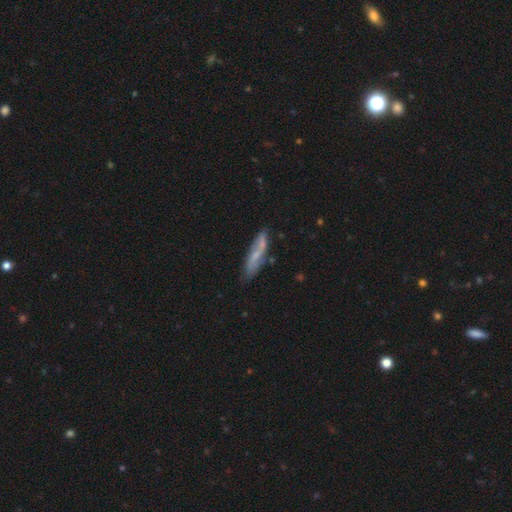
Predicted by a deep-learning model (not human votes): A featured or disk galaxy (53%).

Vote fractions:
- Smooth or featured? featured or disk: 53% / smooth: 40% / star or artifact: 7%
- Edge-on disk? no: 66% / yes: 34%
- Merging? none: 66% / minor disturbance: 22% / merger: 6% / major disturbance: 6%